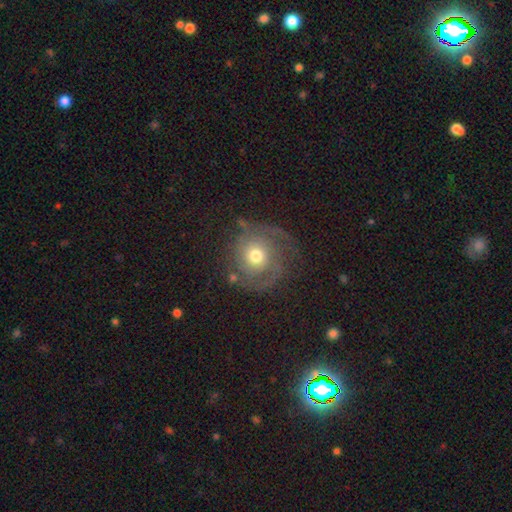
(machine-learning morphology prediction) smooth_or_featured: featured or disk (p=0.60) [alt: smooth p=0.31]
disk_edge_on: no (p=0.97) [alt: yes p=0.03]
bar: no (p=0.85) [alt: weak p=0.12]
has_spiral_arms: yes (p=0.77) [alt: no p=0.23]
bulge_size: moderate (p=0.69) [alt: small p=0.16]
merging: none (p=0.62) [alt: minor disturbance p=0.19]